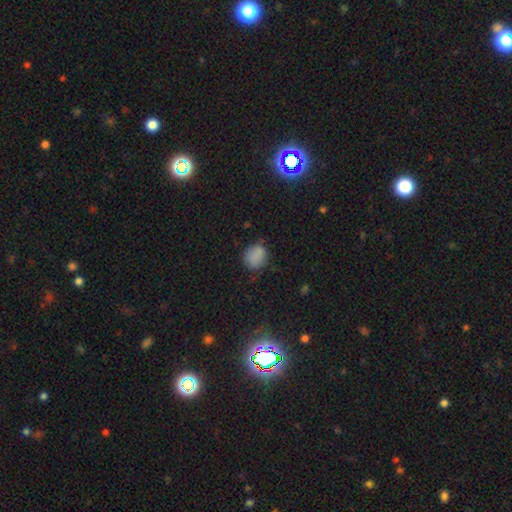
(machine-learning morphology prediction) Smooth or featured?
  - smooth: 82% *
  - star or artifact: 11%
  - featured or disk: 6%
How rounded?
  - round: 75% *
  - in between: 24%
  - cigar-shaped: 1%
Merging?
  - none: 73% *
  - minor disturbance: 19%
  - major disturbance: 5%
  - merger: 4%